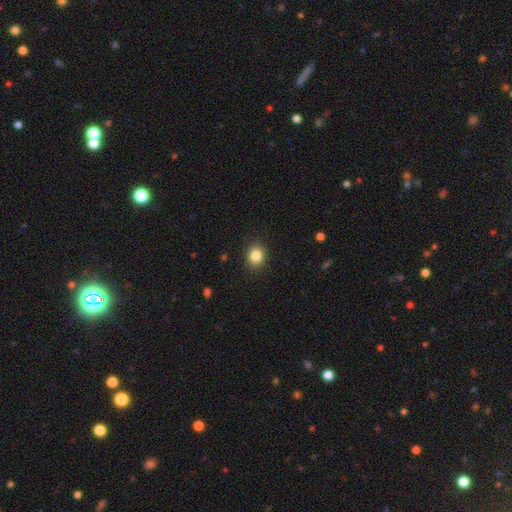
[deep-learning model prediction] Smooth or featured? smooth (84%)
How rounded? round (61%)
Merging? none (89%)